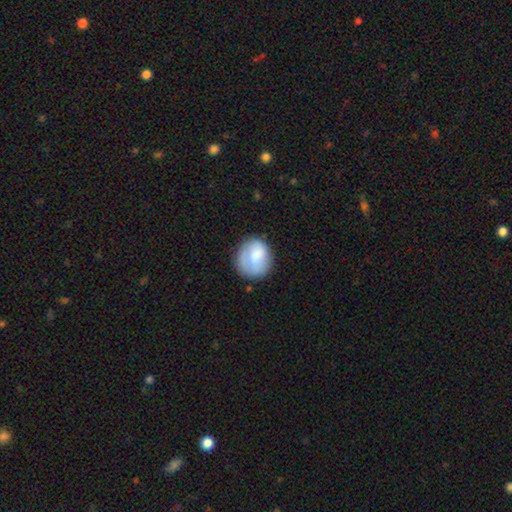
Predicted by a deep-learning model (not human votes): Smooth or featured? smooth (74%)
How rounded? round (72%)
Merging? none (63%)